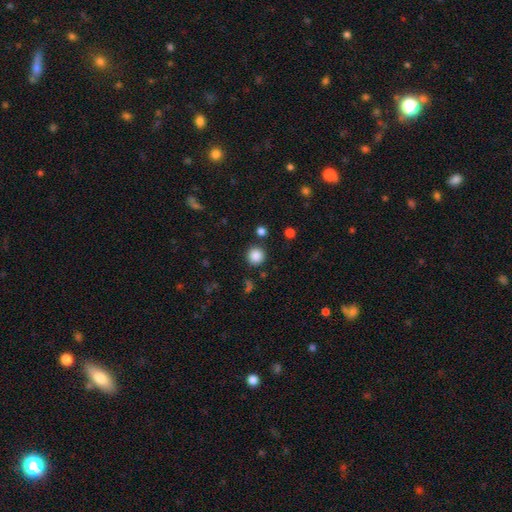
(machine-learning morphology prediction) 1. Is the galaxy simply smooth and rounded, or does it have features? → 86% smooth, 10% star or artifact, 4% featured or disk.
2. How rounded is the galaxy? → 94% round, 5% in between, 1% cigar-shaped.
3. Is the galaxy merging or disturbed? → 87% none, 7% minor disturbance, 4% merger, 3% major disturbance.